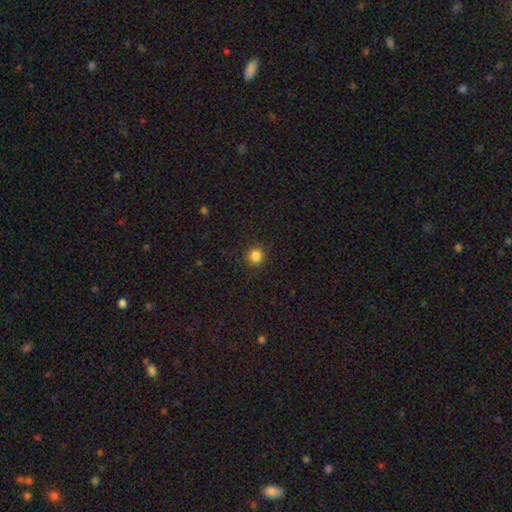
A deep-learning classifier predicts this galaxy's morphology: Smooth or featured? smooth (85%)
How rounded? round (93%)
Merging? none (91%)